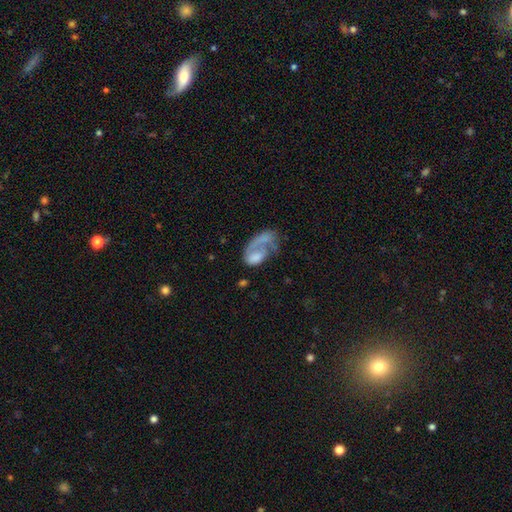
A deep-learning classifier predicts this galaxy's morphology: This appears to be a featured or disk galaxy (48%). Merging: major disturbance (50%).